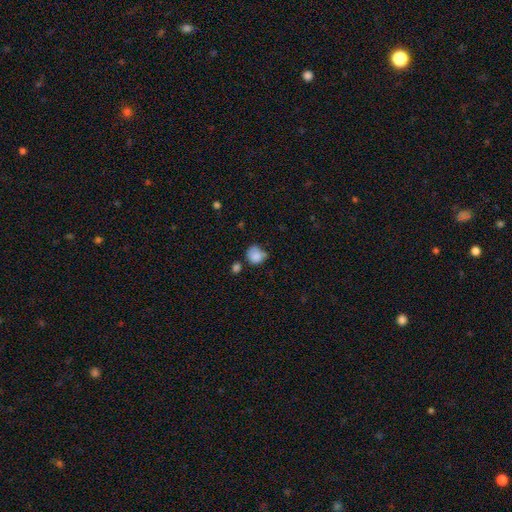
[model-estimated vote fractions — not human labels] This is clearly a smooth galaxy (84%). How rounded: likely round (75%). Merging: possibly none (48%).